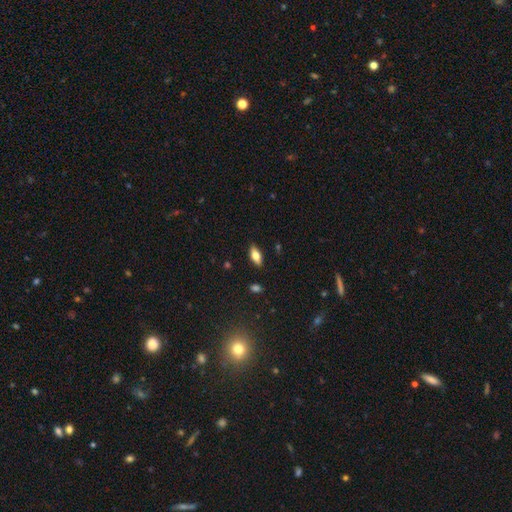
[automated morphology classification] Smooth or featured? Predicted: smooth (p=0.66). How rounded? Predicted: in between (p=0.82). Merging? Predicted: none (p=0.87).